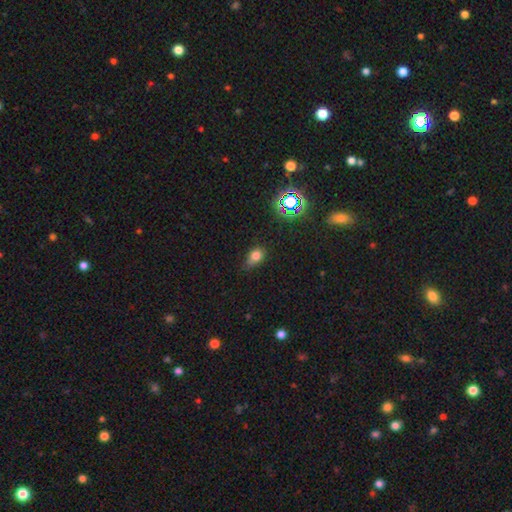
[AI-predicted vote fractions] Morphology: type=smooth (75%); roundness=in between (63%); merging=none (55%).